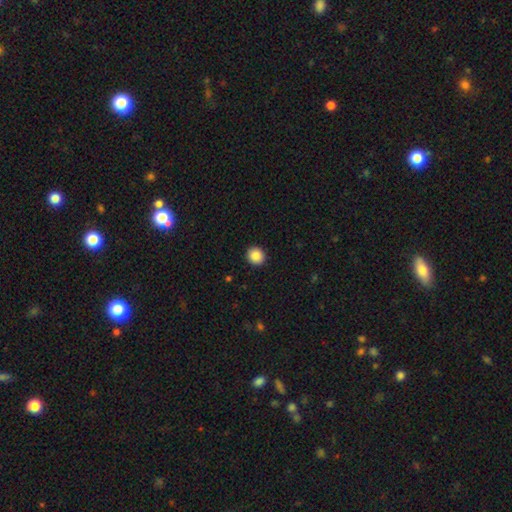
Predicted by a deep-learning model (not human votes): Q: Smooth or featured?
A: smooth (88%); runner-up: star or artifact (9%)
Q: How rounded?
A: round (86%); runner-up: in between (13%)
Q: Merging?
A: none (92%); runner-up: minor disturbance (5%)